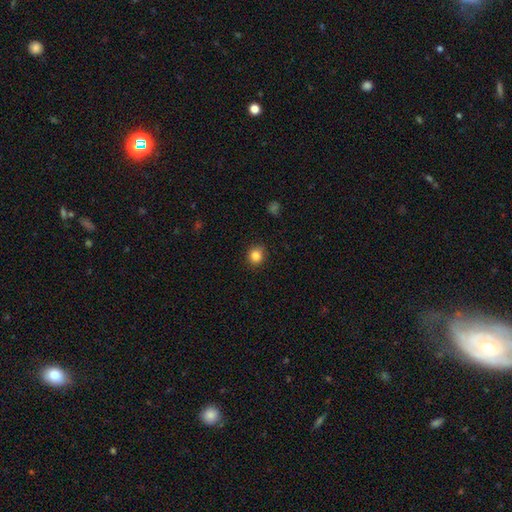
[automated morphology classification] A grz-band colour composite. It shows a smooth galaxy with no disk features (85%) that is round (85%). Merging: none (88%).